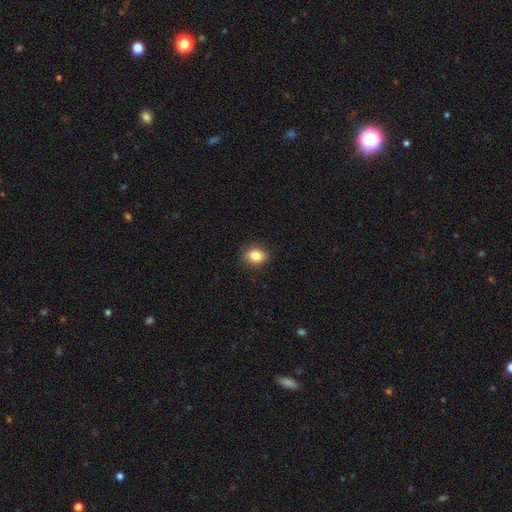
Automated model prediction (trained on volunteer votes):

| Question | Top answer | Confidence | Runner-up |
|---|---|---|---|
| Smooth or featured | smooth | 86% | star or artifact (9%) |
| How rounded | in between | 61% | round (38%) |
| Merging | none | 87% | minor disturbance (10%) |